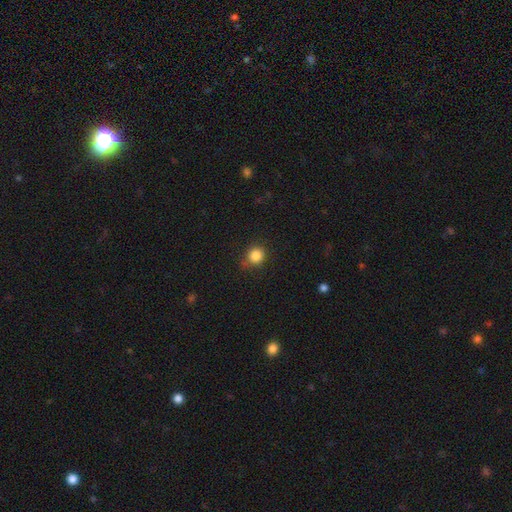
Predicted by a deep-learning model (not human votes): smooth 85%, star or artifact 11%, featured or disk 4%. Down the decision tree: how rounded — round (88%); merging — none (77%).